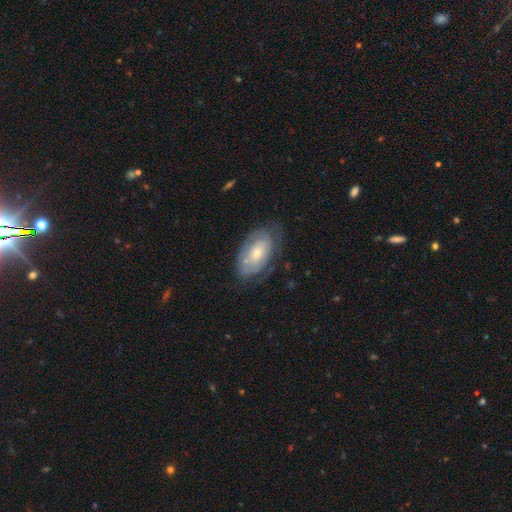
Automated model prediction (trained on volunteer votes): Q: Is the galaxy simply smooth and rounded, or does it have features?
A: featured or disk — 61%.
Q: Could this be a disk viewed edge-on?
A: no — 92%.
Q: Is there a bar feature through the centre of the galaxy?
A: no — 72%.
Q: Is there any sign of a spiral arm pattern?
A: yes — 71%.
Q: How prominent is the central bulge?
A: moderate — 54%.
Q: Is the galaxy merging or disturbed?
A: none — 75%.